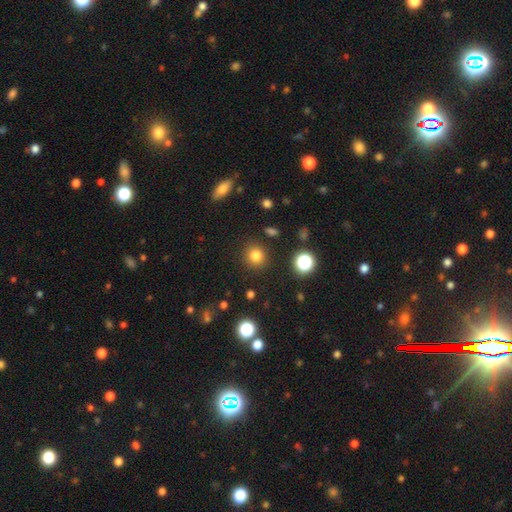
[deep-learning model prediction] A smooth galaxy with no disk features (81%) that is round (90%).

Vote fractions:
- Smooth or featured? smooth: 81% / star or artifact: 14% / featured or disk: 5%
- How rounded? round: 90% / in between: 9% / cigar-shaped: 1%
- Merging? none: 88% / minor disturbance: 7% / major disturbance: 3% / merger: 2%